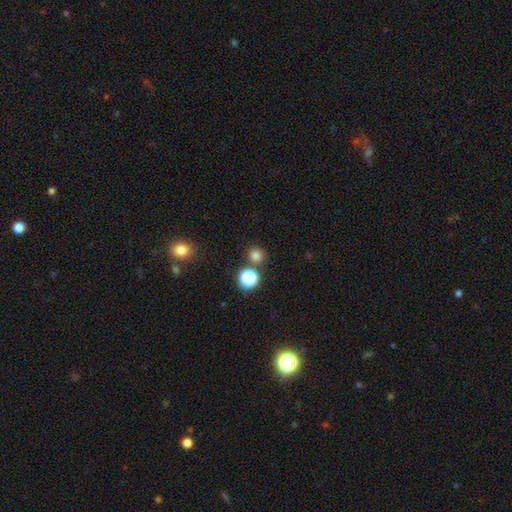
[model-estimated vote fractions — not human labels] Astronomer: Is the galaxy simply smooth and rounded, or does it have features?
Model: smooth — 75%.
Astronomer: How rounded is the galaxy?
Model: round — 91%.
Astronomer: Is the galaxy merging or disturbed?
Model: none — 80%.